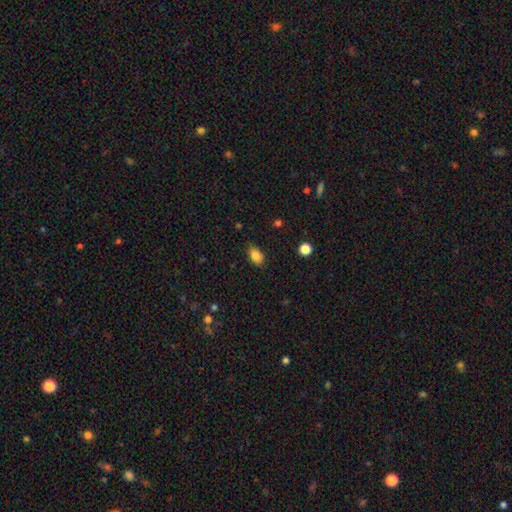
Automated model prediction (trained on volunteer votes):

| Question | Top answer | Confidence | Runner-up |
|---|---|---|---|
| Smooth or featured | smooth | 85% | star or artifact (9%) |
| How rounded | in between | 87% | round (11%) |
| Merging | none | 82% | minor disturbance (14%) |